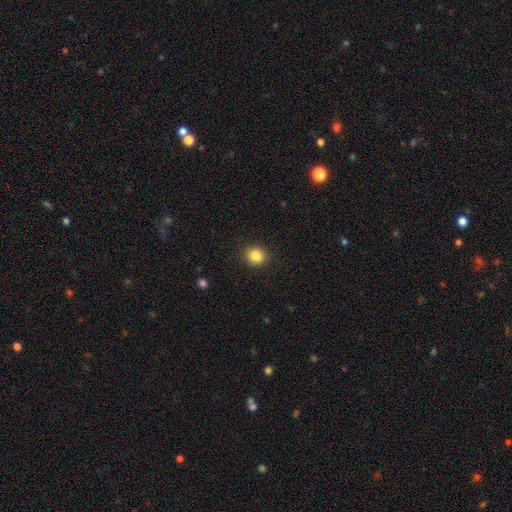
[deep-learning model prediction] A smooth galaxy with no disk features (85%) that is round (82%).

Vote fractions:
- Smooth or featured? smooth: 85% / star or artifact: 10% / featured or disk: 5%
- How rounded? round: 82% / in between: 17% / cigar-shaped: 1%
- Merging? none: 89% / minor disturbance: 7% / major disturbance: 2% / merger: 1%